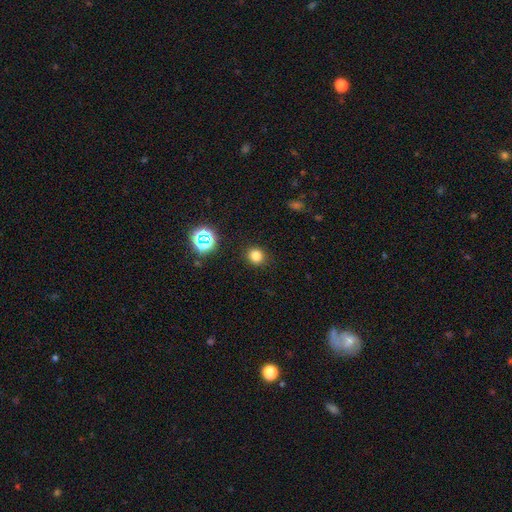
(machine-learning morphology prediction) smooth_or_featured: smooth (p=0.78) [alt: star or artifact p=0.17]
how_rounded: round (p=0.84) [alt: in between p=0.15]
merging: none (p=0.89) [alt: minor disturbance p=0.07]